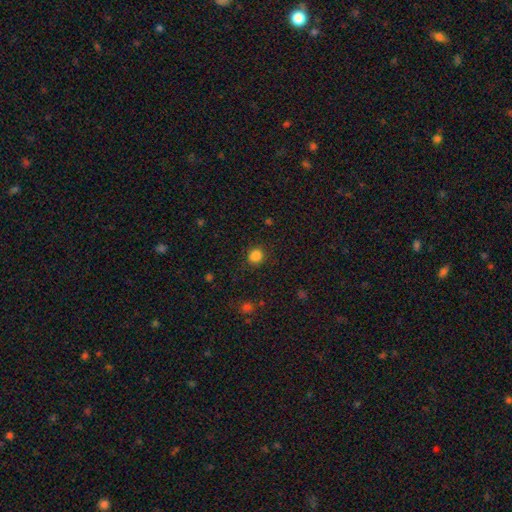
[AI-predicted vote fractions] smooth-or-featured: smooth: 84% | star or artifact: 12% | featured or disk: 4%
  how-rounded: round: 83% | in between: 16% | cigar-shaped: 1%
  merging: none: 87% | minor disturbance: 9% | major disturbance: 3% | merger: 1%